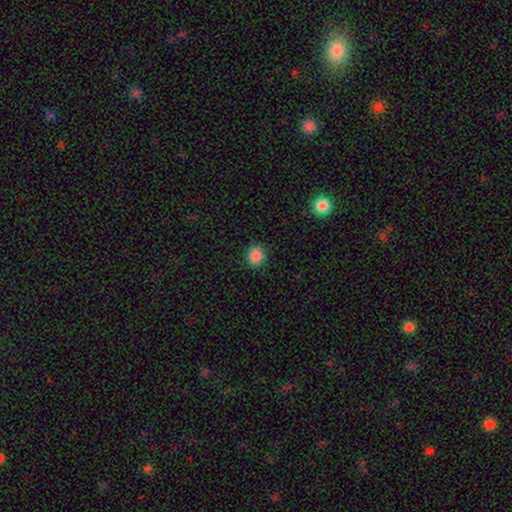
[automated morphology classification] A smooth galaxy with no disk features (87%) that is round (89%). Merging: none (91%).